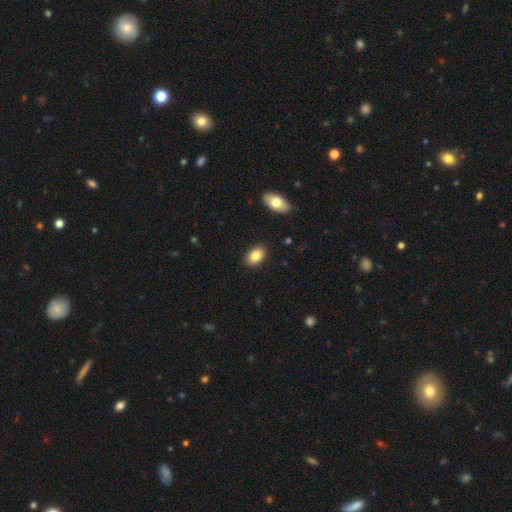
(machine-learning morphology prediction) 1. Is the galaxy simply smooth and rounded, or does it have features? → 85% smooth, 8% featured or disk, 8% star or artifact.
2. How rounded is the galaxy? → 88% in between, 10% round, 1% cigar-shaped.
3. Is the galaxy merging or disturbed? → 88% none, 8% minor disturbance, 2% major disturbance, 1% merger.